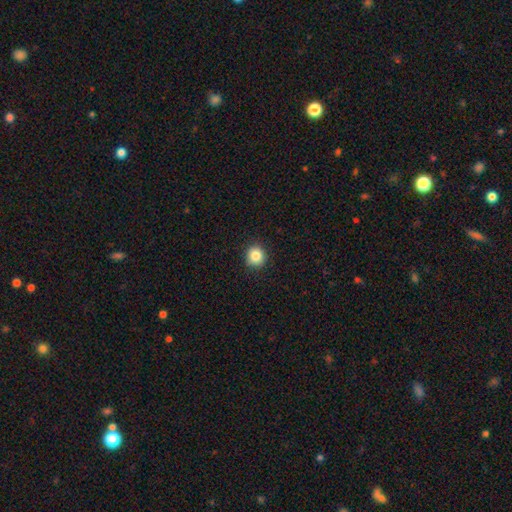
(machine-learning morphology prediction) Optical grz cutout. It shows a smooth galaxy with no disk features (86%) that is round (89%). Merging: none (90%).